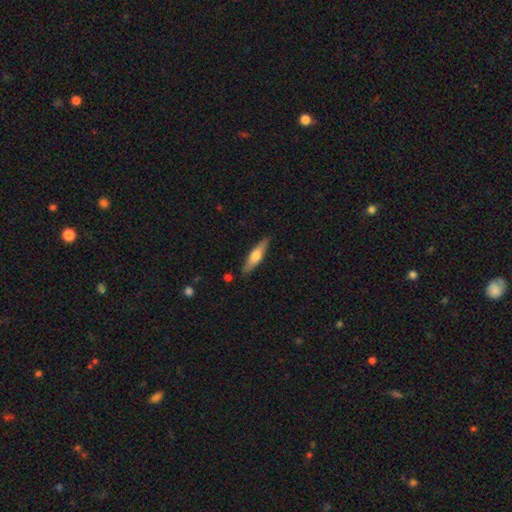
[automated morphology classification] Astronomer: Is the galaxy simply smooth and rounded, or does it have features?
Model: smooth — 48% (runner-up: featured or disk, 46%).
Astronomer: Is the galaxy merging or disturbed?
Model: none — 88%.